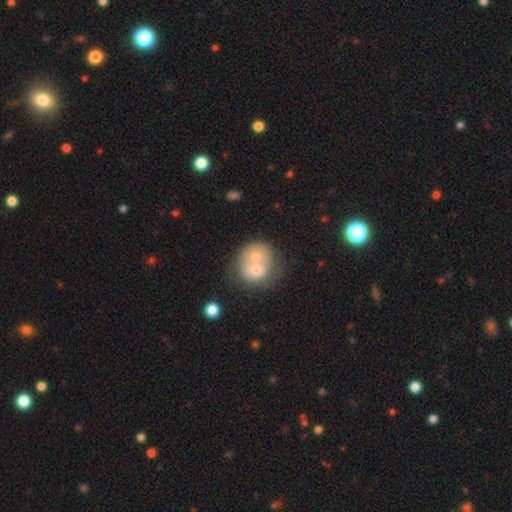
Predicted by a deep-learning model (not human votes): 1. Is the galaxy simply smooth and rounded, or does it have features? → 64% smooth, 29% featured or disk, 7% star or artifact.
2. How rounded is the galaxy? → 69% round, 30% in between, 1% cigar-shaped.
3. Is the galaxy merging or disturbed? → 68% merger, 19% none, 8% minor disturbance, 5% major disturbance.